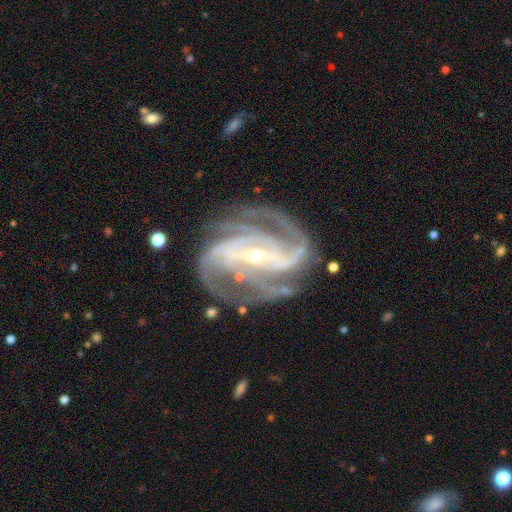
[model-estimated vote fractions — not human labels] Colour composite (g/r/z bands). It shows a featured or disk galaxy (93%) with a strong bar (64%), 3 (34%) tight (47%) spiral arms (98%) and a small central bulge (75%). Merging: none (71%).